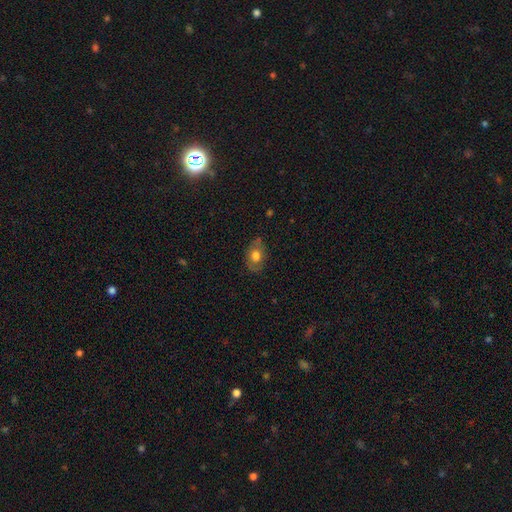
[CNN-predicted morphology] smooth_or_featured: smooth (p=0.62) [alt: featured or disk p=0.30]
how_rounded: in between (p=0.80) [alt: round p=0.19]
merging: none (p=0.71) [alt: minor disturbance p=0.21]